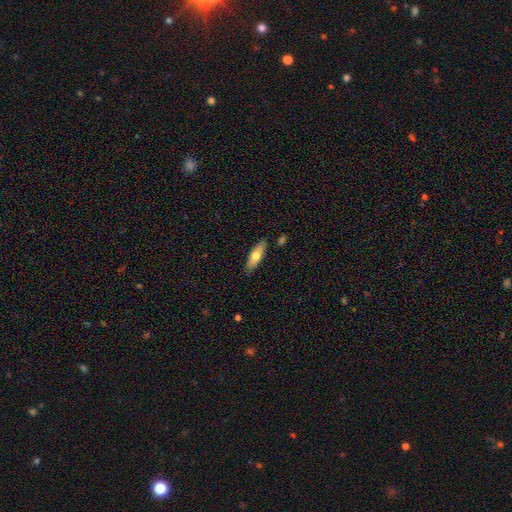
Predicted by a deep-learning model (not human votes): smooth-or-featured: smooth: 64% | featured or disk: 30% | star or artifact: 6%
  how-rounded: in between: 53% | cigar-shaped: 44% | round: 2%
  merging: none: 85% | minor disturbance: 11% | merger: 2% | major disturbance: 2%